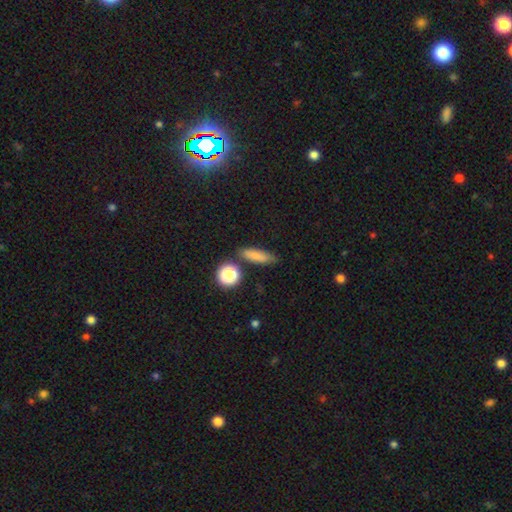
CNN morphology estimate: A smooth galaxy with no disk features (78%) that is cigar-shaped (49%).

Vote fractions:
- Smooth or featured? smooth: 78% / star or artifact: 12% / featured or disk: 10%
- How rounded? cigar-shaped: 49% / in between: 39% / round: 11%
- Merging? none: 76% / minor disturbance: 14% / merger: 6% / major disturbance: 4%